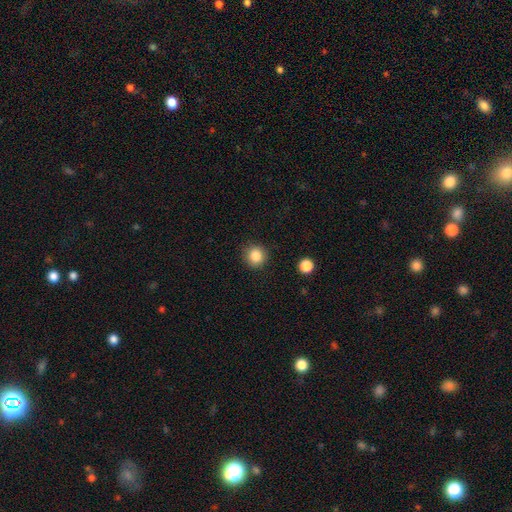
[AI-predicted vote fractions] smooth 85%, star or artifact 11%, featured or disk 4%. Down the decision tree: how rounded — round (92%); merging — none (89%).